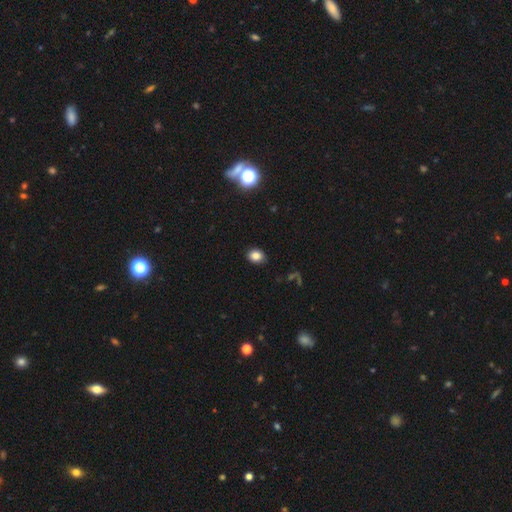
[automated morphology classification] Q: Smooth or featured?
A: smooth (84%); runner-up: star or artifact (11%)
Q: How rounded?
A: in between (53%); runner-up: round (46%)
Q: Merging?
A: none (89%); runner-up: minor disturbance (8%)